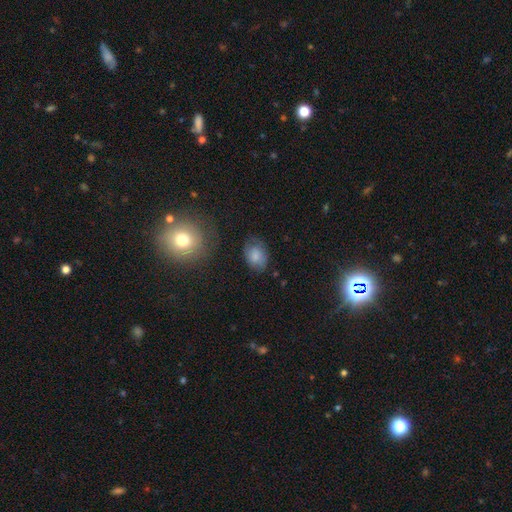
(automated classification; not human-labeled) This is likely a smooth galaxy (79%). How rounded: likely in between (77%). Merging: likely none (71%).